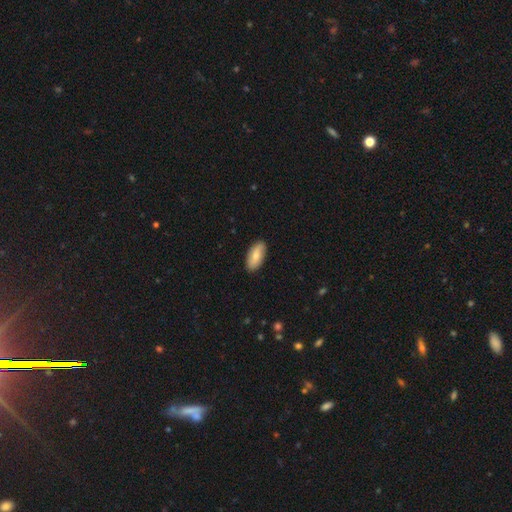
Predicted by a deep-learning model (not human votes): Overall: smooth (70%). How rounded: in between (89%). Merging: none (88%).